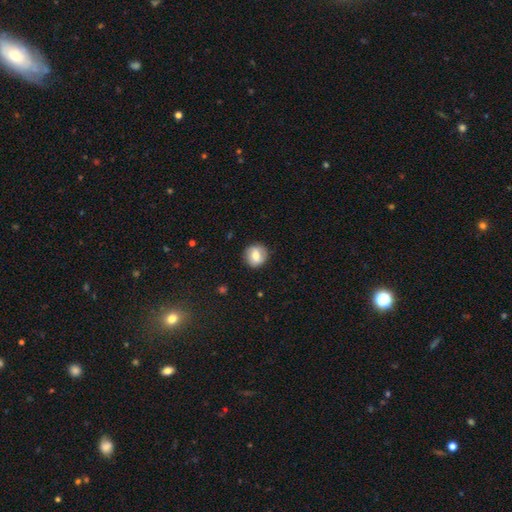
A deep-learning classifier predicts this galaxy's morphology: Smooth or featured?
  - smooth: 69% *
  - featured or disk: 22%
  - star or artifact: 8%
How rounded?
  - round: 88% *
  - in between: 11%
  - cigar-shaped: 1%
Merging?
  - none: 87% *
  - minor disturbance: 10%
  - major disturbance: 3%
  - merger: 1%